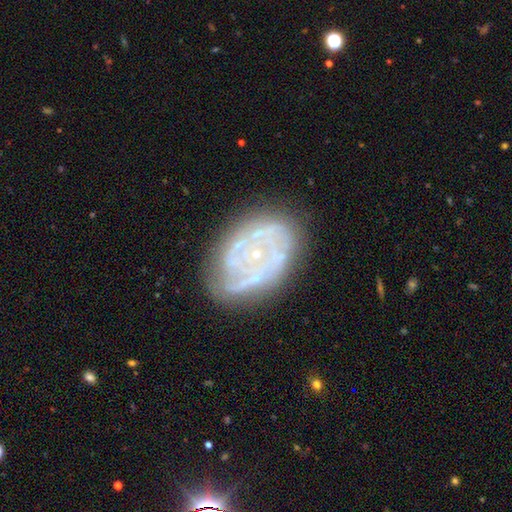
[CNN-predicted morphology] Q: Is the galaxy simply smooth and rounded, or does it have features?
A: featured or disk — 75%.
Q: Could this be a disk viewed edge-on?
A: no — 97%.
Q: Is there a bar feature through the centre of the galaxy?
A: no — 82%.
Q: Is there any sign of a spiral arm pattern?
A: yes — 68%.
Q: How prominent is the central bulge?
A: small — 80%.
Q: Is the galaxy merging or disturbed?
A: none — 65%.